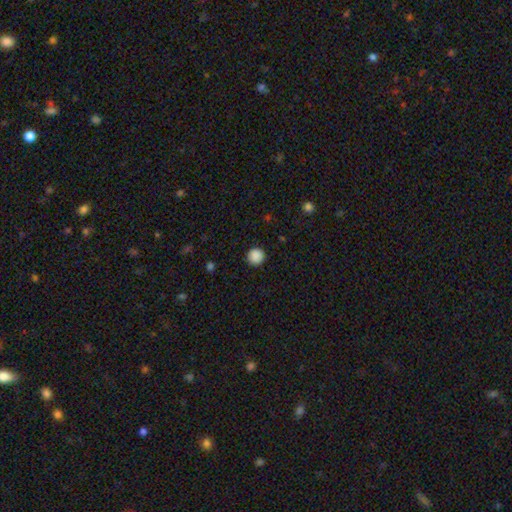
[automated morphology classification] The model was most divided on "smooth or featured": smooth: 89%, star or artifact: 9%, featured or disk: 2%. More confident: how rounded — round (95%); merging — none (92%).